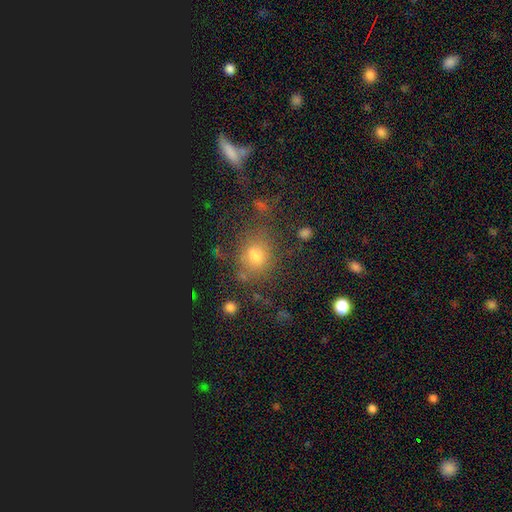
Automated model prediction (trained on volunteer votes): smooth 69%, star or artifact 20%, featured or disk 10%. Down the decision tree: how rounded — round (65%); merging — none (68%).